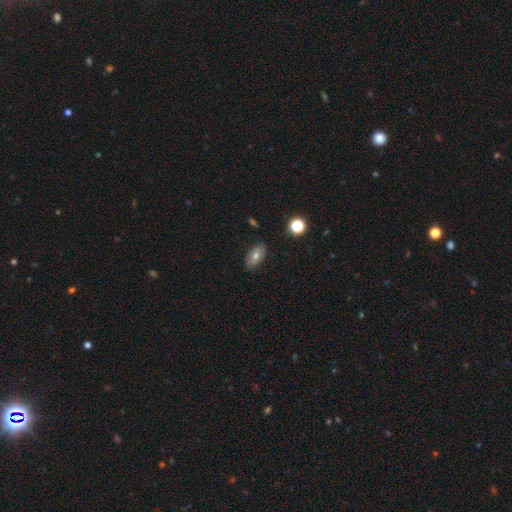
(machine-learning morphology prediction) smooth 64%, featured or disk 26%, star or artifact 10%. Down the decision tree: how rounded — in between (89%); merging — none (85%).